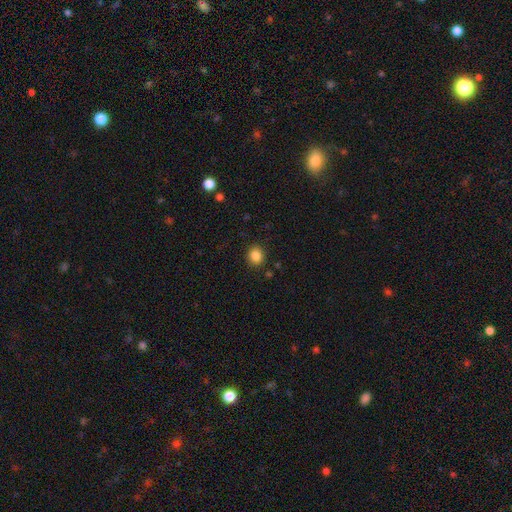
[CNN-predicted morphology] Smooth or featured? smooth (86%)
How rounded? round (78%)
Merging? none (89%)